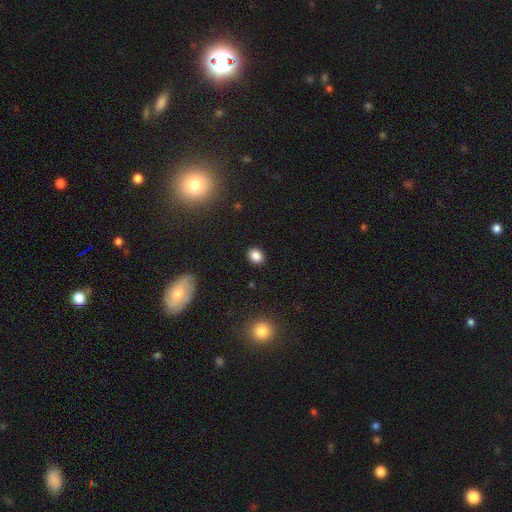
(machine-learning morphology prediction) Smooth or featured? smooth (84%)
How rounded? in between (54%)
Merging? none (88%)